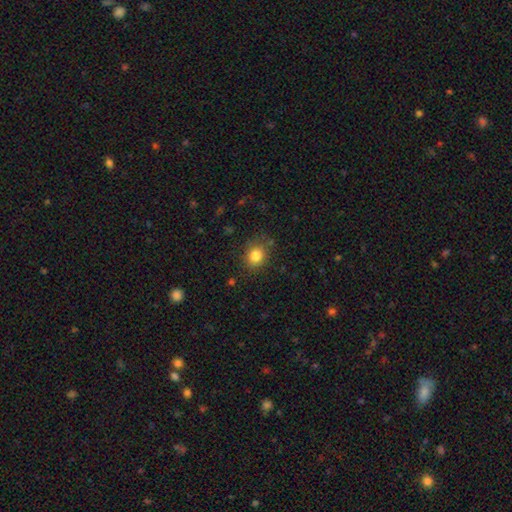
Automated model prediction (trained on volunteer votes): The model was most divided on "how rounded": round: 74%, in between: 25%, cigar-shaped: 1%. More confident: merging — none (82%); smooth or featured — smooth (82%).